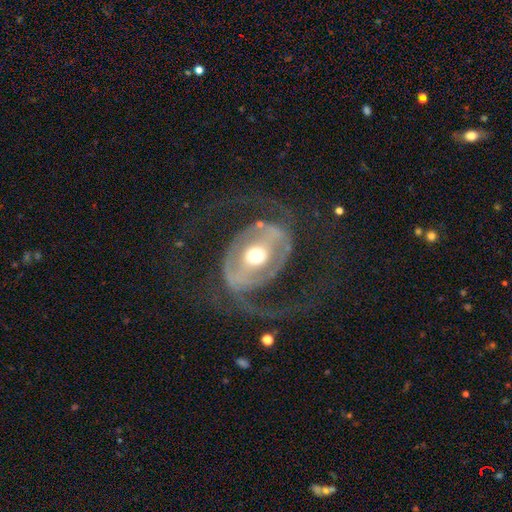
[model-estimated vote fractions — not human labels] This is clearly a featured or disk galaxy (81%). It is clearly not viewed edge-on (96%). Bar: marginally strong (38%). Spiral arm pattern: likely yes (69%). Spiral arm count: clearly 2 (83%). Spiral winding: marginally loose (44%). Central bulge: likely moderate (69%). Merging: possibly none (50%).